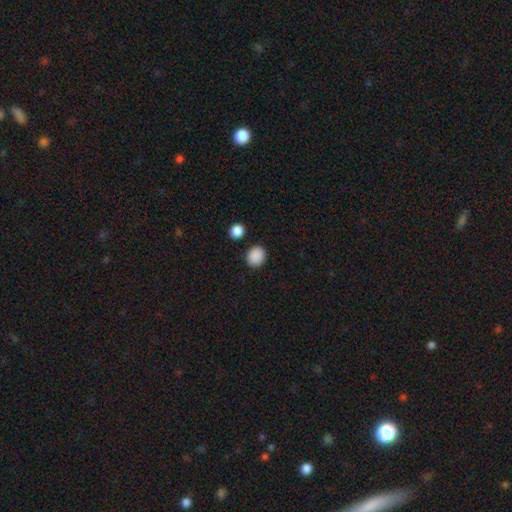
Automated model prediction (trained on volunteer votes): Smooth or featured?
  - smooth: 88% *
  - star or artifact: 9%
  - featured or disk: 3%
How rounded?
  - round: 69% *
  - in between: 30%
  - cigar-shaped: 1%
Merging?
  - none: 86% *
  - minor disturbance: 8%
  - merger: 3%
  - major disturbance: 3%